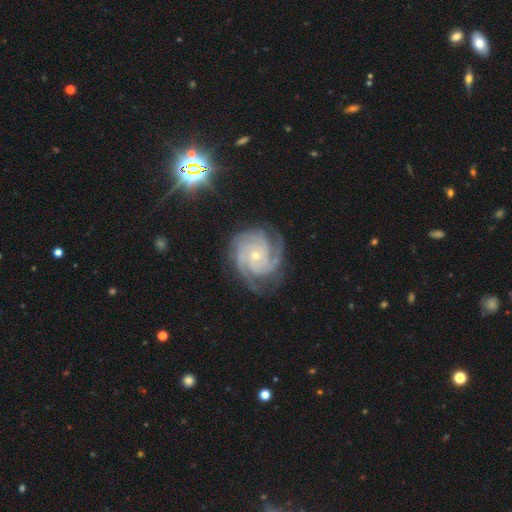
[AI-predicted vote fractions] Smooth or featured?
  - featured or disk: 91% *
  - star or artifact: 5%
  - smooth: 4%
Edge-on disk?
  - no: 98% *
  - yes: 2%
Bar?
  - no: 77% *
  - weak: 17%
  - strong: 6%
Spiral arms?
  - yes: 99% *
  - no: 1%
Spiral winding?
  - tight: 76% *
  - medium: 21%
  - loose: 3%
Spiral arm count?
  - 3: 39% *
  - 4: 26%
  - 2: 11%
  - can't tell: 11%
  - more than 4: 7%
  - 1: 6%
Bulge size?
  - small: 69% *
  - moderate: 28%
  - large: 1%
  - none: 1%
  - dominant: 1%
Merging?
  - none: 77% *
  - minor disturbance: 16%
  - major disturbance: 6%
  - merger: 1%